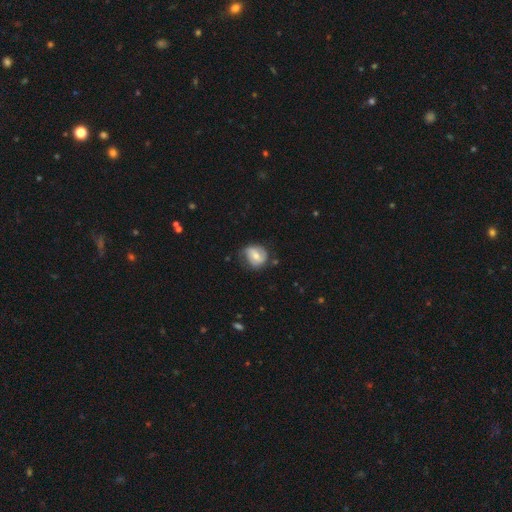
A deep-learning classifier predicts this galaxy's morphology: A featured or disk galaxy (47%).

Vote fractions:
- Smooth or featured? featured or disk: 47% / smooth: 46% / star or artifact: 7%
- Merging? none: 62% / minor disturbance: 27% / major disturbance: 9% / merger: 2%